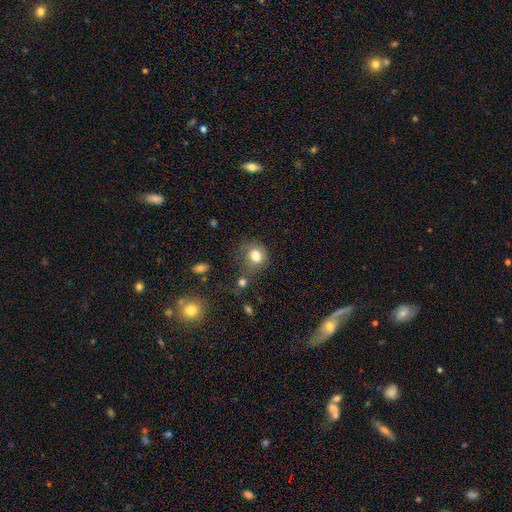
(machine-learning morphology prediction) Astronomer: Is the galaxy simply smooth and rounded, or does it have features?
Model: smooth — 81%.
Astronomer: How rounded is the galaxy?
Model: round — 77%.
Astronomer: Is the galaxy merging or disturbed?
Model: none — 57%.